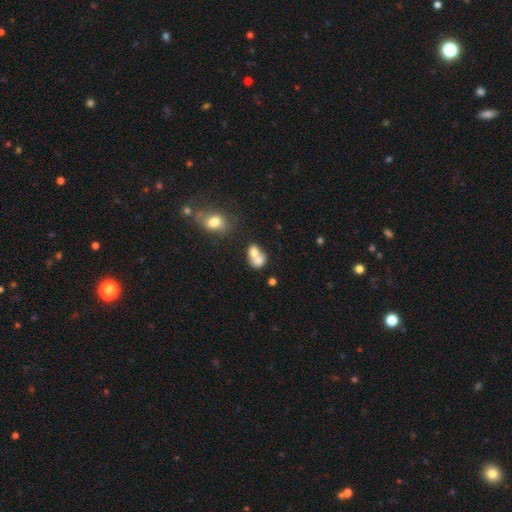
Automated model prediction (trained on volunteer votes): smooth 70%, featured or disk 20%, star or artifact 10%. Down the decision tree: how rounded — in between (55%); merging — merger (68%).